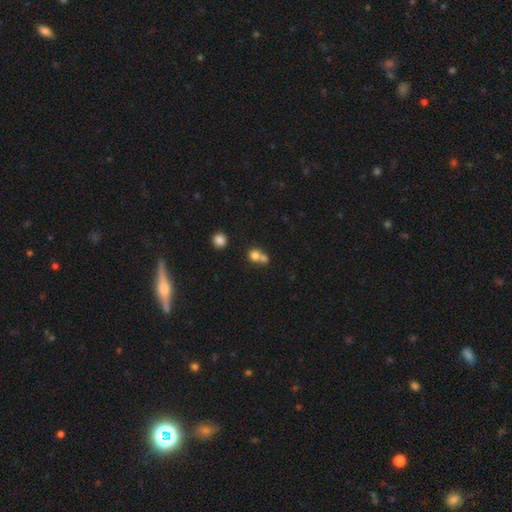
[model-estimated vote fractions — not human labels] smooth 75%, featured or disk 12%, star or artifact 12%. Down the decision tree: how rounded — round (82%); merging — merger (57%).